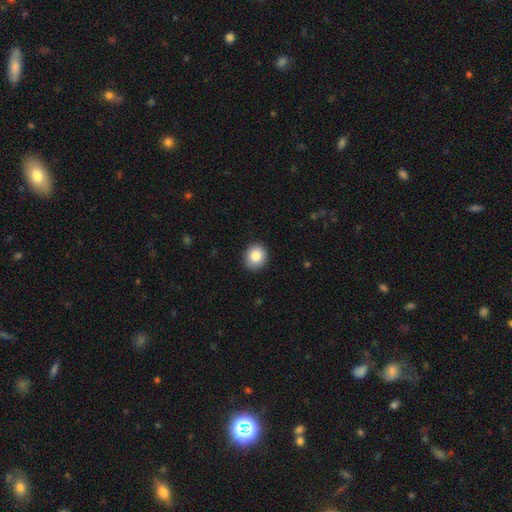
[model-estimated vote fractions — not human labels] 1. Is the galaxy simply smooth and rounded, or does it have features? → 85% smooth, 9% star or artifact, 6% featured or disk.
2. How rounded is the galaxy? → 75% round, 24% in between, 1% cigar-shaped.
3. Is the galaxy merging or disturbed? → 89% none, 9% minor disturbance, 2% major disturbance, 1% merger.